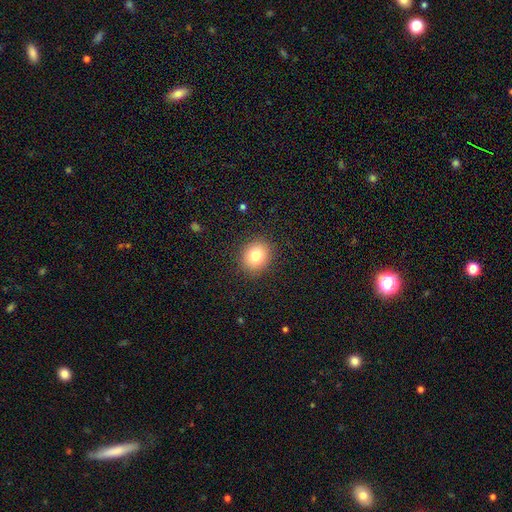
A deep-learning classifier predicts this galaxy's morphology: Overall: smooth (81%). How rounded: round (75%). Merging: none (89%).